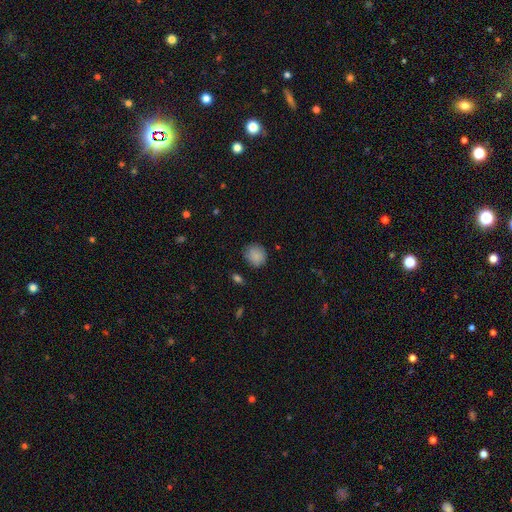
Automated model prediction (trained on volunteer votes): smooth_or_featured: smooth (p=0.87) [alt: star or artifact p=0.08]
how_rounded: round (p=0.81) [alt: in between p=0.18]
merging: none (p=0.81) [alt: minor disturbance p=0.14]